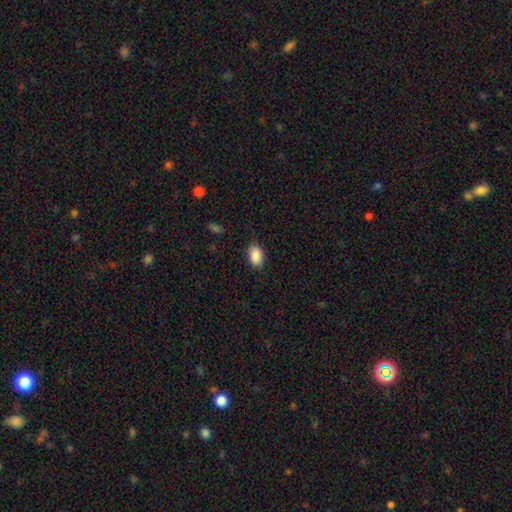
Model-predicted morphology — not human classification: The model was most divided on "merging": none: 84%, minor disturbance: 13%, major disturbance: 3%, merger: 1%. More confident: smooth or featured — smooth (89%); how rounded — in between (88%).